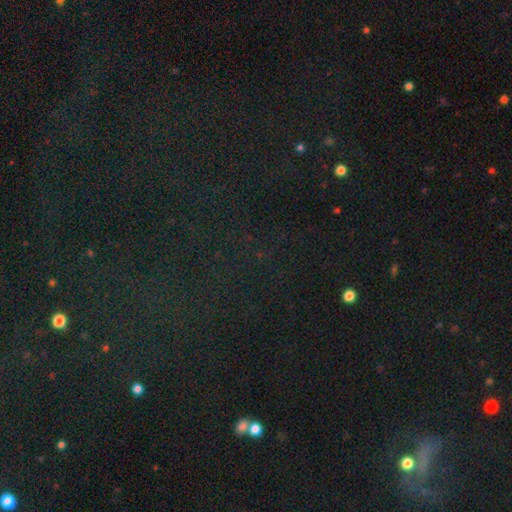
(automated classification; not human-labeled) star or artifact 80%, smooth 12%, featured or disk 8%.